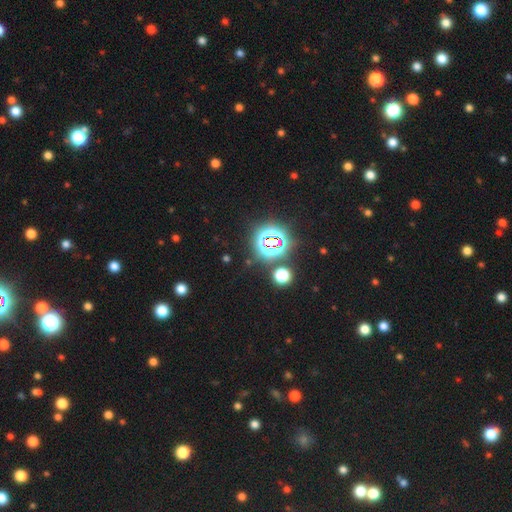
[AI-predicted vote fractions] Overall: star or artifact (79%).